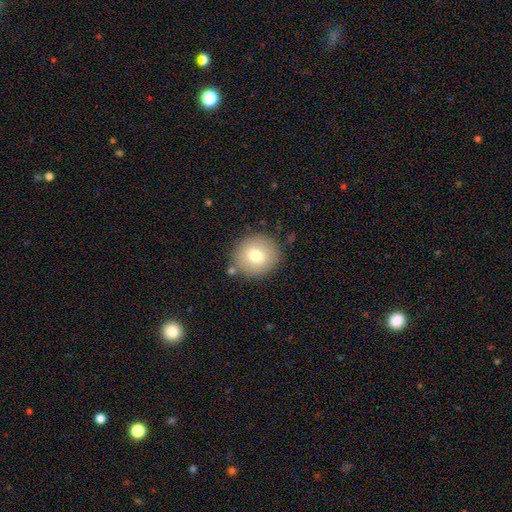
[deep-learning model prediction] The model was most divided on "smooth or featured": smooth: 74%, featured or disk: 17%, star or artifact: 9%. More confident: how rounded — round (87%); merging — none (82%).